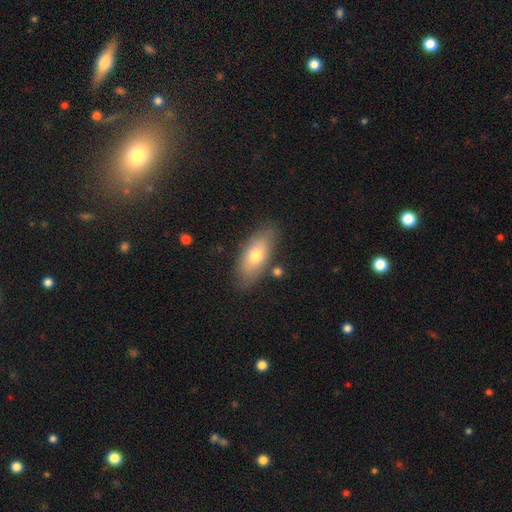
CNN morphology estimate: Smooth or featured? smooth (69%)
How rounded? in between (83%)
Merging? none (79%)